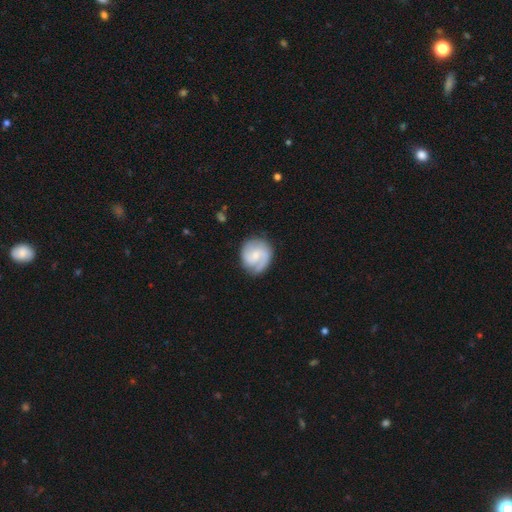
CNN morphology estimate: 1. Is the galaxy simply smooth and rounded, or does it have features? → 75% featured or disk, 20% smooth, 5% star or artifact.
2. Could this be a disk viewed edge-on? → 98% no, 2% yes.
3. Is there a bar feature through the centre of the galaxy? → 48% no, 45% weak, 7% strong.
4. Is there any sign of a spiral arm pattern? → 95% yes, 5% no.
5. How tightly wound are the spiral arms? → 45% medium, 39% tight, 16% loose.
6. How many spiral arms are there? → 71% 2, 10% 1, 9% can't tell, 6% 3, 2% 4, 2% more than 4.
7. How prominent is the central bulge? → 59% small, 32% moderate, 6% none, 2% large, 1% dominant.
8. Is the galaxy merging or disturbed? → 77% none, 16% minor disturbance, 5% major disturbance, 1% merger.